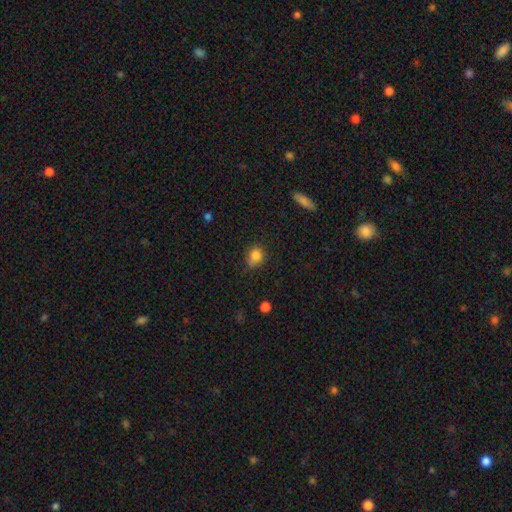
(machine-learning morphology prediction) Q: Smooth or featured?
A: smooth (83%); runner-up: star or artifact (11%)
Q: How rounded?
A: round (71%); runner-up: in between (27%)
Q: Merging?
A: none (63%); runner-up: minor disturbance (25%)